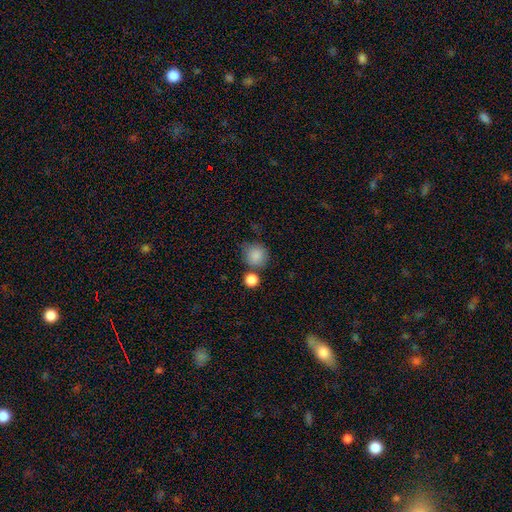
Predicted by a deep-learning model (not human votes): smooth 86%, star or artifact 8%, featured or disk 5%. Down the decision tree: how rounded — round (86%); merging — none (65%).